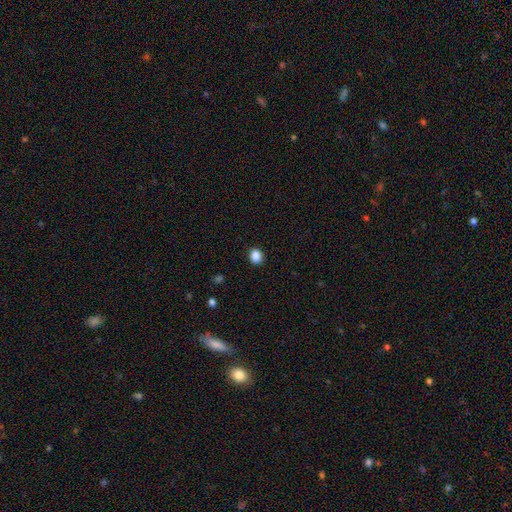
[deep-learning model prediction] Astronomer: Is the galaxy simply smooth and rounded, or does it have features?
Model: smooth — 87%.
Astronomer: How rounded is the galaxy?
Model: round — 59% (runner-up: in between, 40%).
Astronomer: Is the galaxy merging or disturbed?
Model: none — 90%.